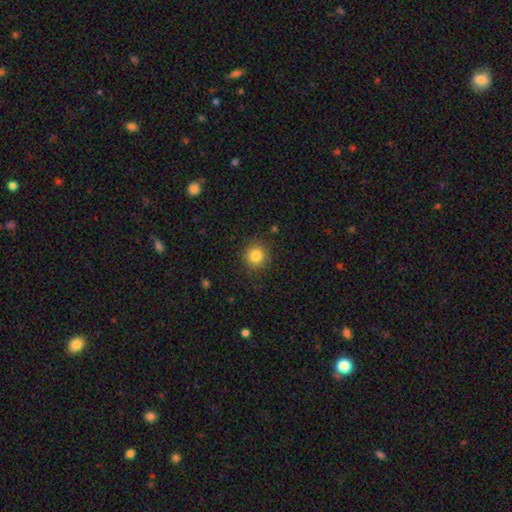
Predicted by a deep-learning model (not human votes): smooth_or_featured: smooth (p=0.84) [alt: star or artifact p=0.11]
how_rounded: round (p=0.92) [alt: in between p=0.07]
merging: none (p=0.89) [alt: minor disturbance p=0.08]